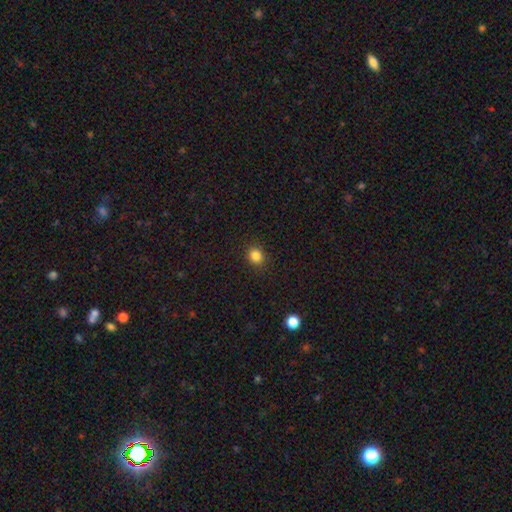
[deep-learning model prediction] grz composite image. It shows a smooth galaxy with no disk features (85%) that is round (78%). Merging: none (89%).